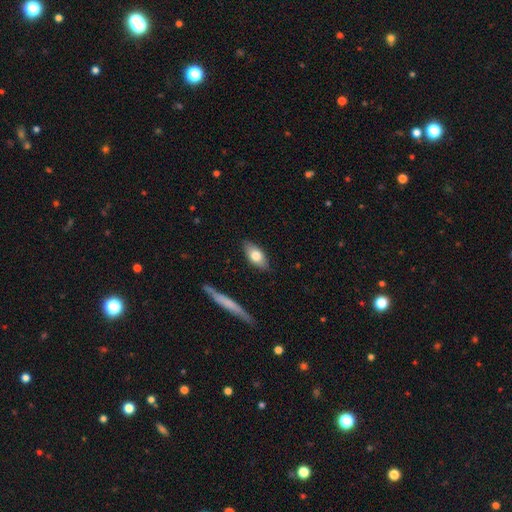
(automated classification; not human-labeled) Smooth or featured: smooth — 73% (featured or disk — 21%)
How rounded: in between — 85% (cigar-shaped — 11%)
Merging: none — 85% (minor disturbance — 11%)